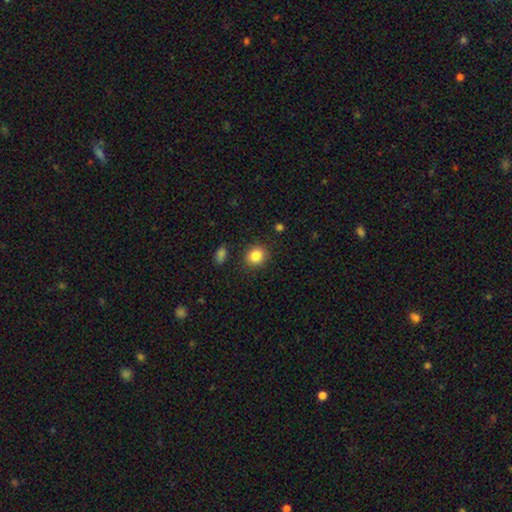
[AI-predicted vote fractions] Overall: smooth (84%). How rounded: round (83%). Merging: none (88%).